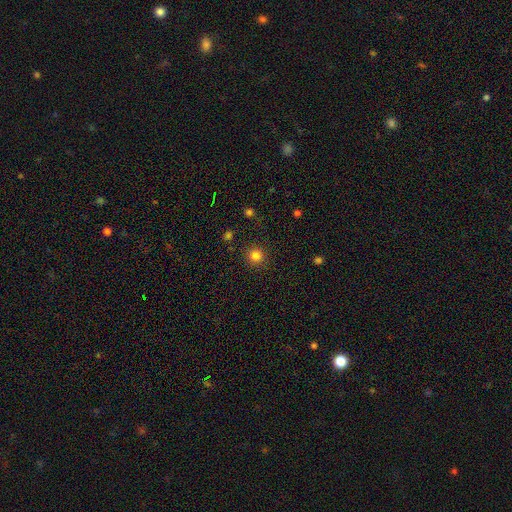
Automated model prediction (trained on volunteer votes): A smooth galaxy with no disk features (82%) that is round (95%).

Vote fractions:
- Smooth or featured? smooth: 82% / star or artifact: 13% / featured or disk: 5%
- How rounded? round: 95% / in between: 4% / cigar-shaped: 1%
- Merging? none: 90% / minor disturbance: 6% / major disturbance: 2% / merger: 1%